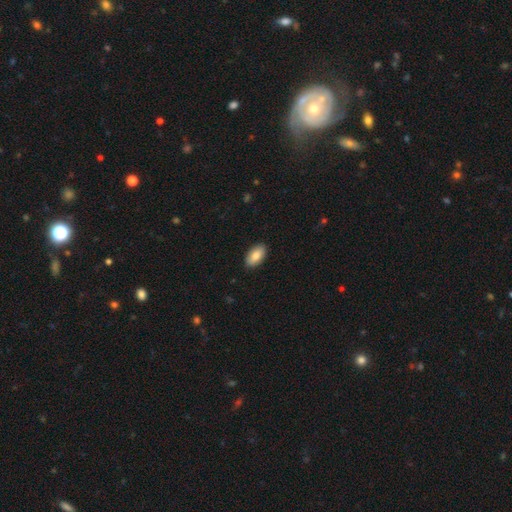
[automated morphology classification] Smooth or featured? Predicted: smooth (p=0.84). How rounded? Predicted: in between (p=0.94). Merging? Predicted: none (p=0.89).